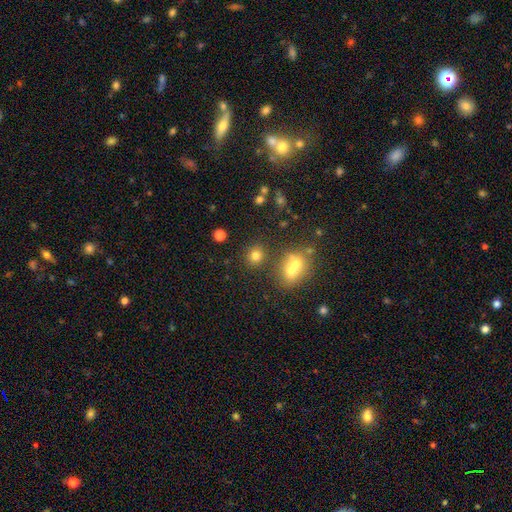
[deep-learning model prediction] Smooth or featured? Predicted: smooth (p=0.76). How rounded? Predicted: round (p=0.81). Merging? Predicted: none (p=0.76).